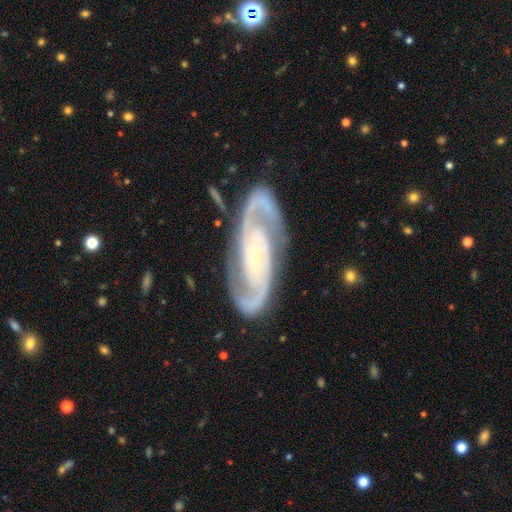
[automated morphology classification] This is clearly a featured or disk galaxy (93%). It is clearly not viewed edge-on (97%). Bar: possibly no (53%). Spiral arm pattern: clearly yes (99%). Spiral arm count: clearly 2 (94%). Spiral winding: possibly tight (49%). Central bulge: likely small (69%). Merging: clearly none (84%).